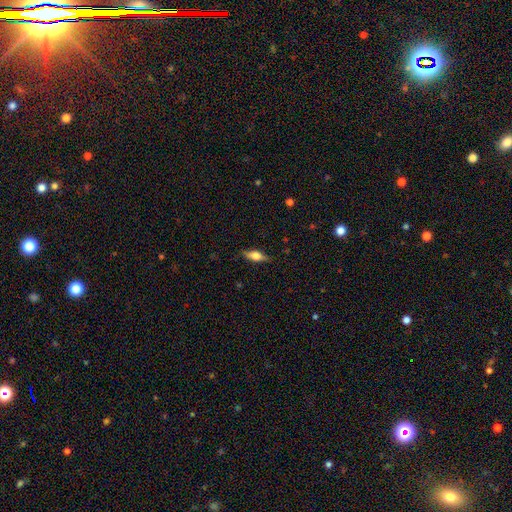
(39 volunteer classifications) Smooth or featured? 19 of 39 (49%) said smooth. How rounded? 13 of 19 (68%) said in between. Merging? 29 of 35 (83%) said none.